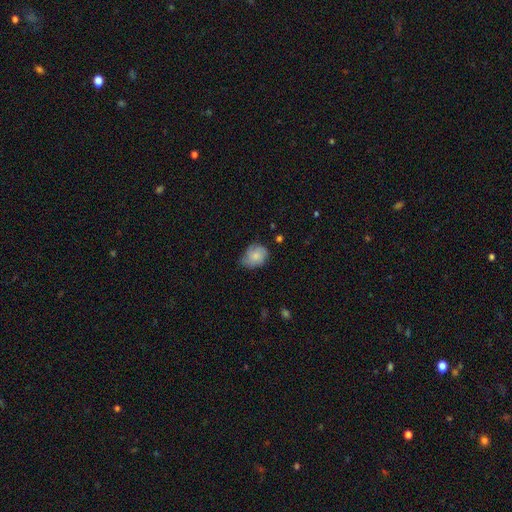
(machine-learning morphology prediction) A smooth galaxy with no disk features (72%) that is in between round and cigar-shaped (50%). Merging: none (55%).